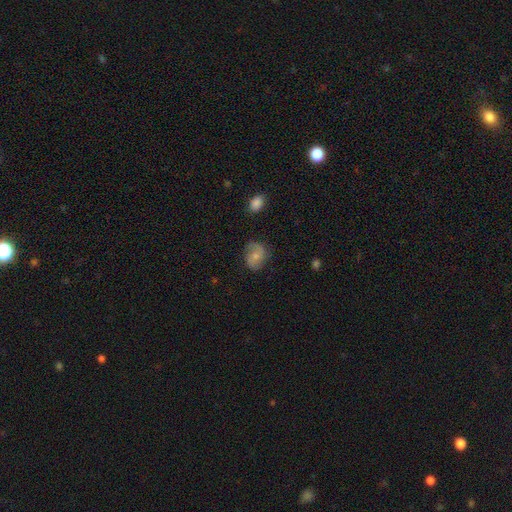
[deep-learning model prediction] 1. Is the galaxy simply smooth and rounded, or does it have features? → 46% smooth (tied), 46% featured or disk (tied), 8% star or artifact.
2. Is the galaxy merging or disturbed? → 68% none, 22% minor disturbance, 8% major disturbance, 2% merger.